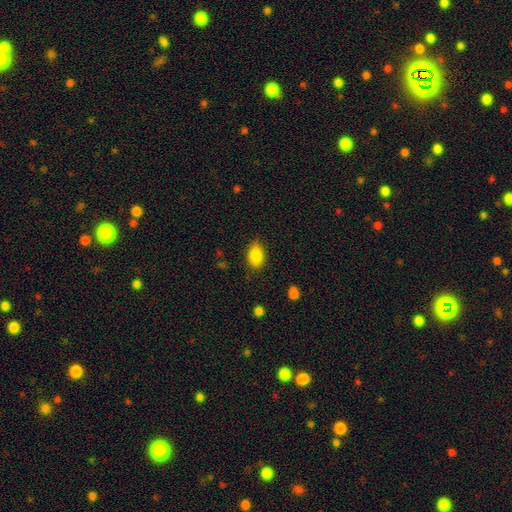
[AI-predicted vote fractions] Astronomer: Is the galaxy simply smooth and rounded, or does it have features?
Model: smooth — 86%.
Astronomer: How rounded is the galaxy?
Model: in between — 87%.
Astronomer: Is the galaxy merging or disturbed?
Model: none — 81%.